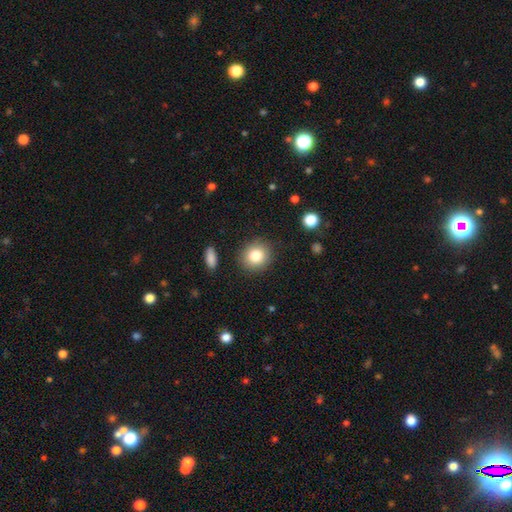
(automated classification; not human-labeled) A smooth galaxy with no disk features (82%) that is round (81%).

Vote fractions:
- Smooth or featured? smooth: 82% / star or artifact: 10% / featured or disk: 8%
- How rounded? round: 81% / in between: 18% / cigar-shaped: 1%
- Merging? none: 87% / minor disturbance: 8% / major disturbance: 3% / merger: 2%